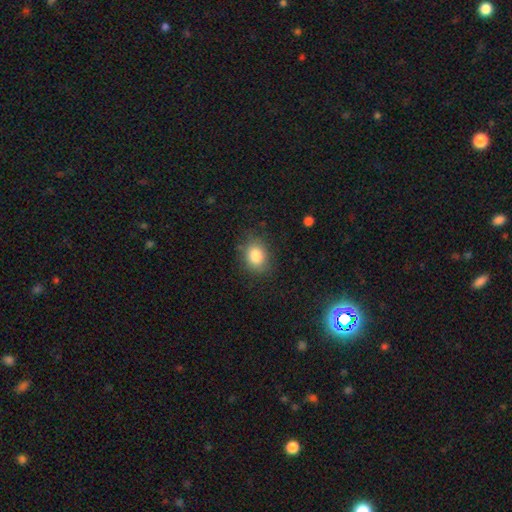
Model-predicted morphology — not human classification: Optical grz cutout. It shows a smooth galaxy with no disk features (83%) that is in between round and cigar-shaped (52%). Merging: none (79%).